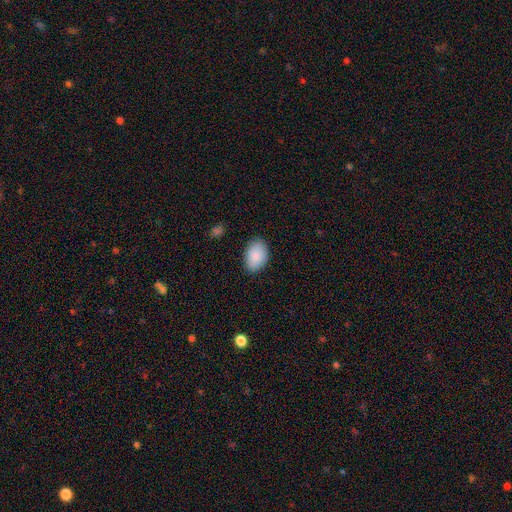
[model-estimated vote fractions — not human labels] smooth-or-featured: smooth: 89% | star or artifact: 6% | featured or disk: 5%
  how-rounded: in between: 88% | round: 11% | cigar-shaped: 1%
  merging: none: 84% | minor disturbance: 13% | major disturbance: 2% | merger: 1%